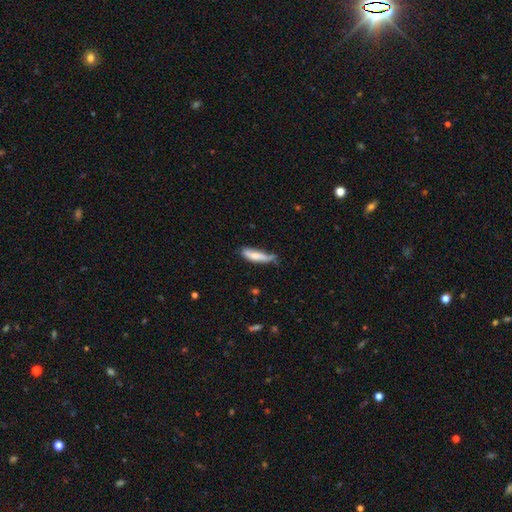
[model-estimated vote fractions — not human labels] Q: Smooth or featured?
A: smooth (70%); runner-up: featured or disk (24%)
Q: How rounded?
A: cigar-shaped (69%); runner-up: in between (30%)
Q: Merging?
A: none (46%); runner-up: minor disturbance (38%)